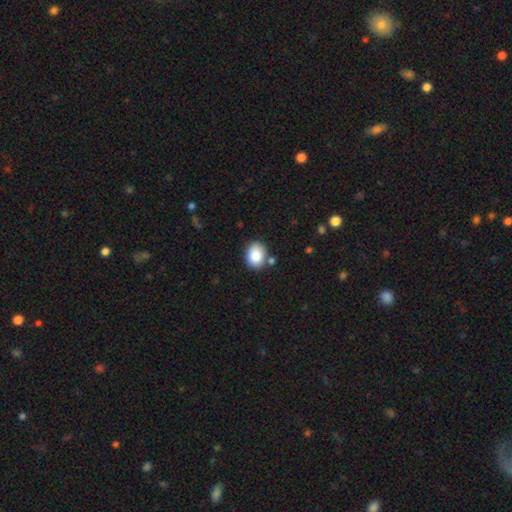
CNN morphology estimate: This appears to be a smooth galaxy with no disk features (85%) that is in between round and cigar-shaped (54%). Merging: none (75%).